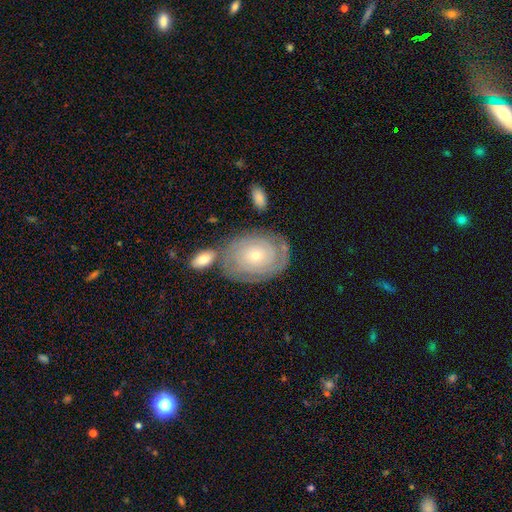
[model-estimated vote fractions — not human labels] A featured or disk galaxy (79%) with no bar (86%), tight (84%) spiral arms (92%) and a small central bulge (74%). Merging: none (74%).